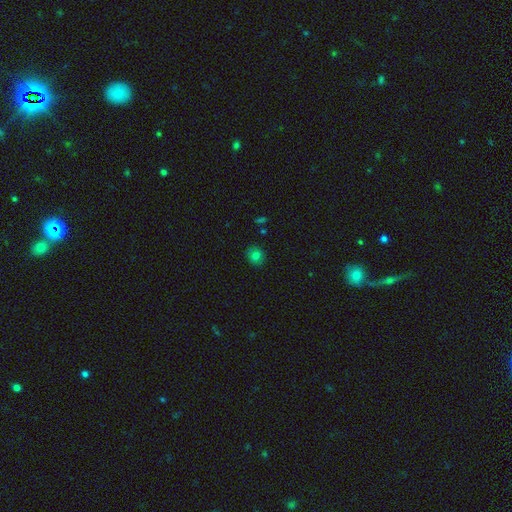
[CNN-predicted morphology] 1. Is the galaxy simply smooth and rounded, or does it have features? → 77% smooth, 14% star or artifact, 9% featured or disk.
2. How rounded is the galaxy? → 82% round, 17% in between, 1% cigar-shaped.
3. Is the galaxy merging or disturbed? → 87% none, 9% minor disturbance, 2% major disturbance, 1% merger.